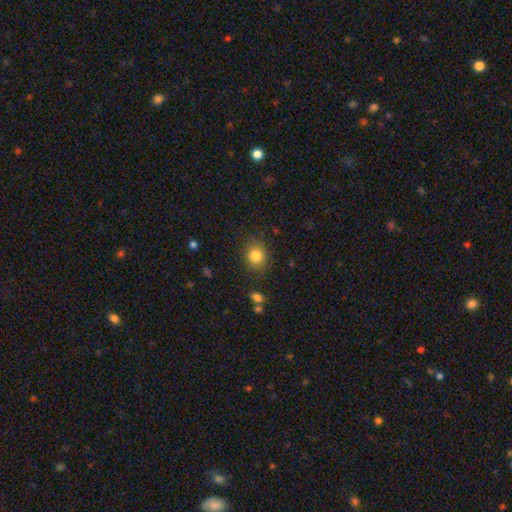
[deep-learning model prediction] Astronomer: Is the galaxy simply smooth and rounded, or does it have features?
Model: smooth — 83%.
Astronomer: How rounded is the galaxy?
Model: round — 68%.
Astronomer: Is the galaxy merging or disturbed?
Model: none — 84%.